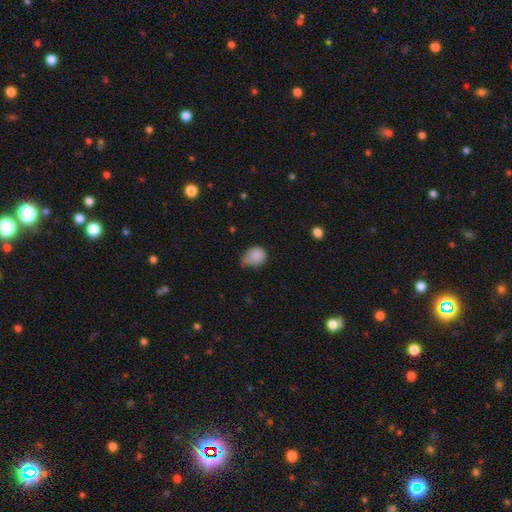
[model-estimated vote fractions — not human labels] Overall: smooth (85%). How rounded: round (53%; in between 46%). Merging: minor disturbance (48%; none 37%).